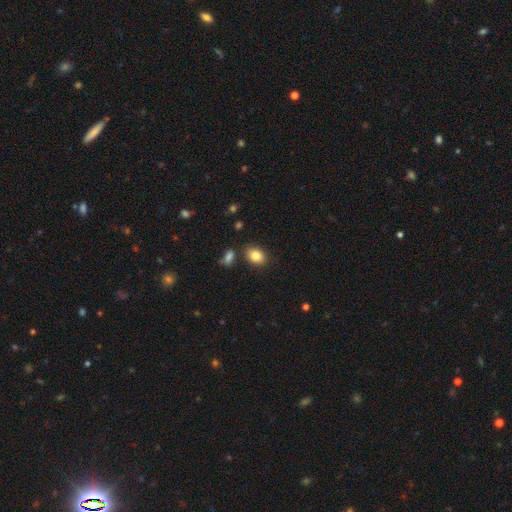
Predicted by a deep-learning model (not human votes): Smooth or featured: smooth — 85% (star or artifact — 9%)
How rounded: in between — 73% (round — 26%)
Merging: none — 81% (minor disturbance — 10%)